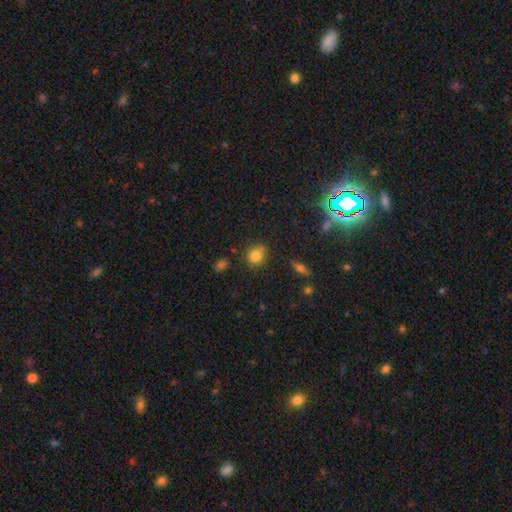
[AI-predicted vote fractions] Morphology: type=smooth (81%); roundness=round (78%); merging=none (79%).